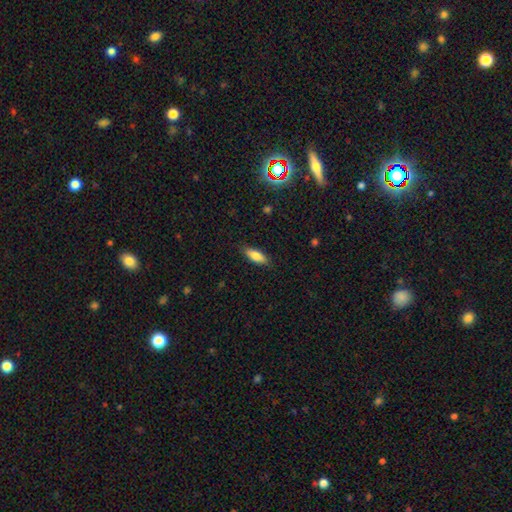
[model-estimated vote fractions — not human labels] A smooth galaxy with no disk features (79%) that is in between round and cigar-shaped (63%).

Vote fractions:
- Smooth or featured? smooth: 79% / featured or disk: 14% / star or artifact: 7%
- How rounded? in between: 63% / cigar-shaped: 35% / round: 2%
- Merging? none: 85% / minor disturbance: 11% / major disturbance: 2% / merger: 1%